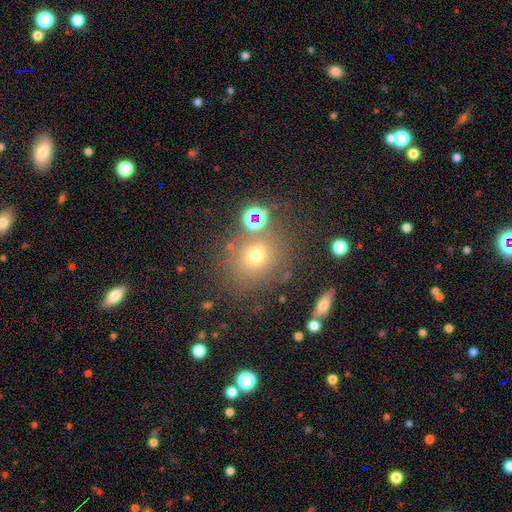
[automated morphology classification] Smooth or featured? Predicted: smooth (p=0.65). How rounded? Predicted: round (p=0.78). Merging? Predicted: none (p=0.73).